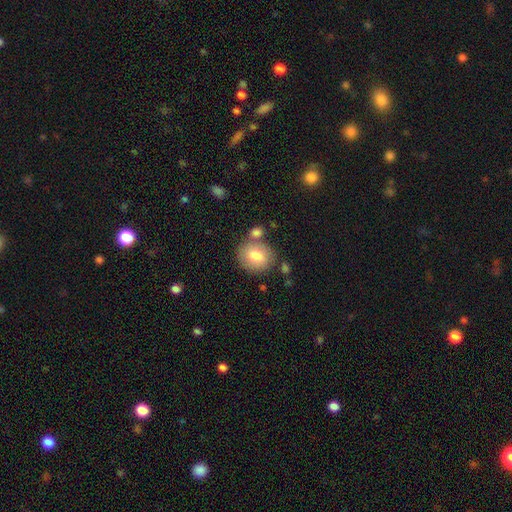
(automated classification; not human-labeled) This appears to be a smooth galaxy with no disk features (79%) that is round (75%). Merging: none (69%).